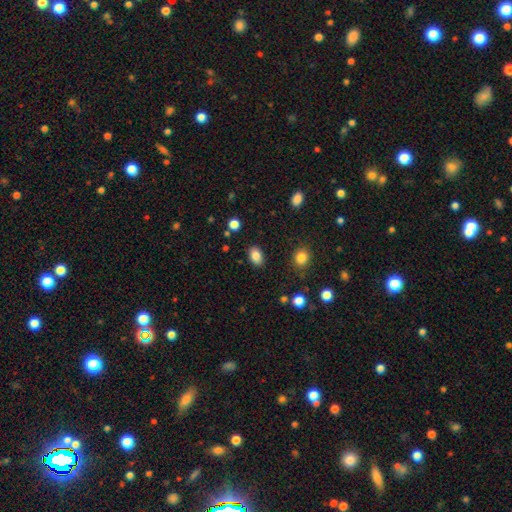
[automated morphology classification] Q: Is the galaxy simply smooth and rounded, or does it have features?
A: smooth — 85%.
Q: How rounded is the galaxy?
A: in between — 85%.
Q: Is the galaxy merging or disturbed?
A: none — 86%.